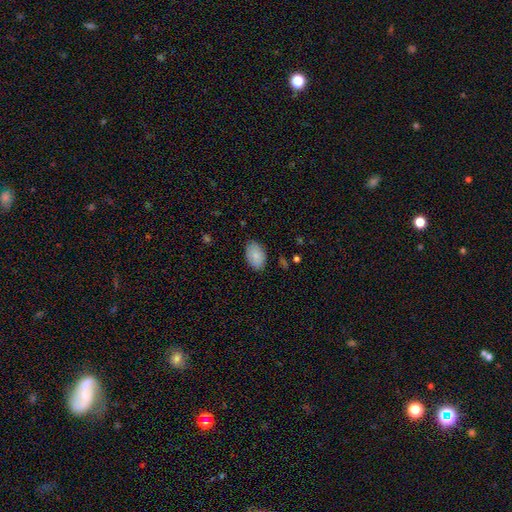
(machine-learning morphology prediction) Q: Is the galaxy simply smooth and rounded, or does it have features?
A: smooth — 84%.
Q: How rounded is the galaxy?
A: in between — 90%.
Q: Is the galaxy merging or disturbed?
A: none — 81%.